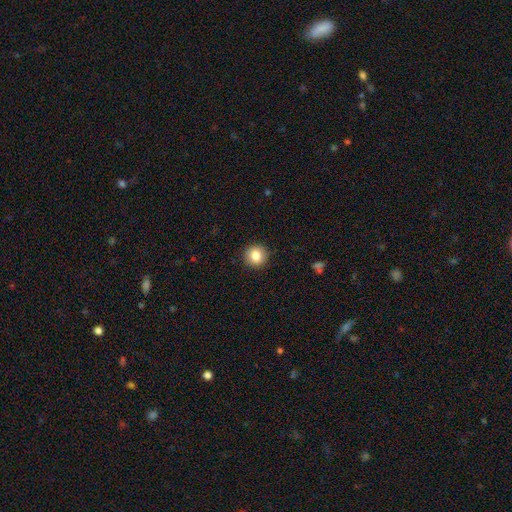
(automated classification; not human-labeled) Overall: smooth (84%). How rounded: round (93%). Merging: none (92%).